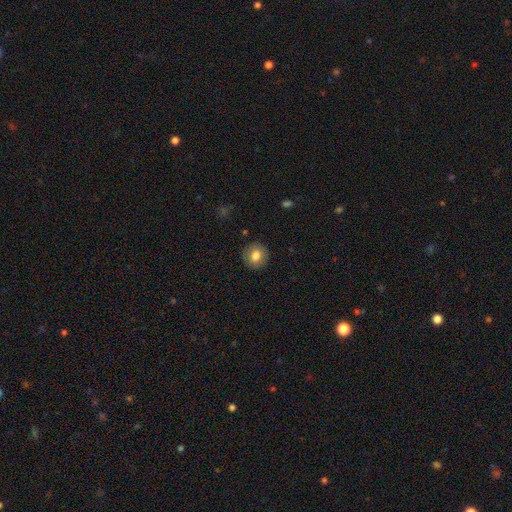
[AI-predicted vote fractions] smooth 80%, featured or disk 11%, star or artifact 9%. Down the decision tree: how rounded — round (87%); merging — none (90%).